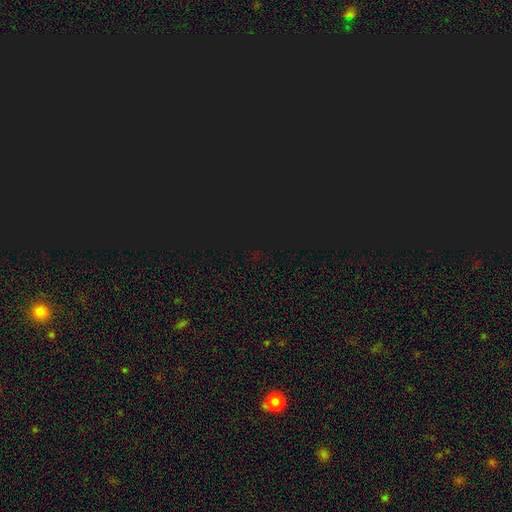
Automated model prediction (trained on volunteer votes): The model was most divided on "smooth or featured": star or artifact: 81%, smooth: 13%, featured or disk: 6%.